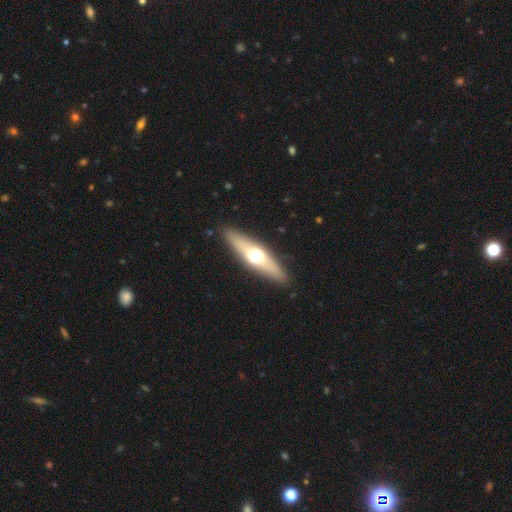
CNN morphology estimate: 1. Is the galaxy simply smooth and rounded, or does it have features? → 53% featured or disk, 41% smooth, 6% star or artifact.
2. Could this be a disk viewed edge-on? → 88% yes, 12% no.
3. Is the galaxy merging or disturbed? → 89% none, 8% minor disturbance, 2% major disturbance, 1% merger.